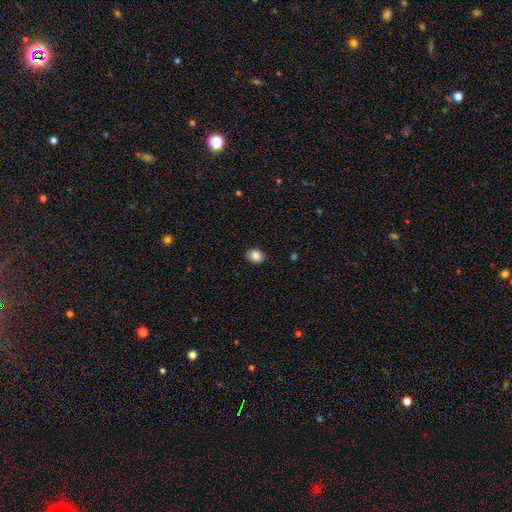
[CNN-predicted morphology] Smooth or featured? Predicted: smooth (p=0.85). How rounded? Predicted: in between (p=0.53). Merging? Predicted: none (p=0.89).